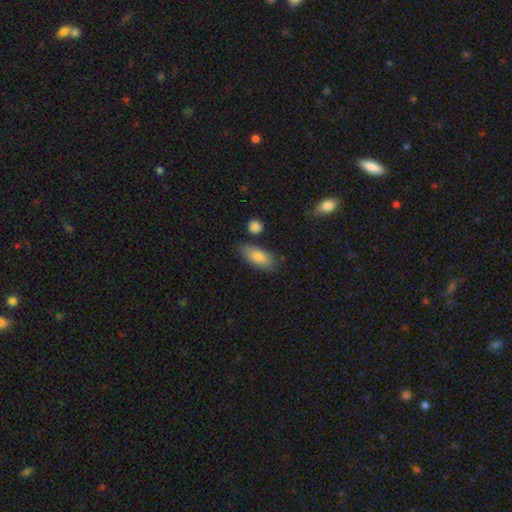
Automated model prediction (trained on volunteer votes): Overall: smooth (85%). How rounded: in between (82%). Merging: none (76%).